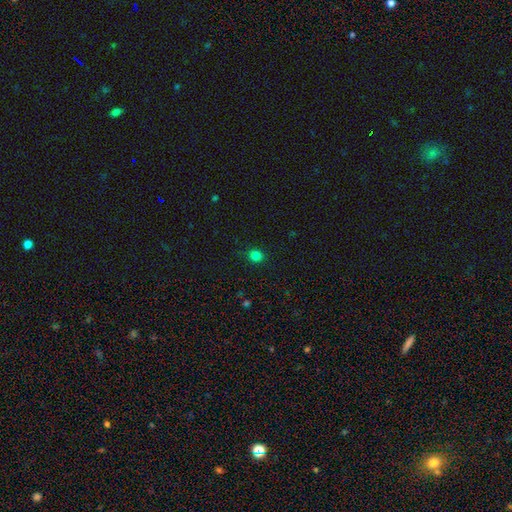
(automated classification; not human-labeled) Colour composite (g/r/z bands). It shows a smooth galaxy with no disk features (81%) that is round (86%). Merging: none (91%).